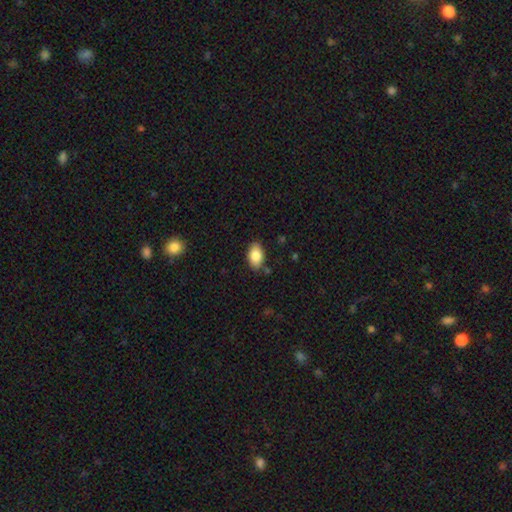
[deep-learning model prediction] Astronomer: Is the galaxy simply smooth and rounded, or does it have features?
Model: smooth — 84%.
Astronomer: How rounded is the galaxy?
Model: in between — 91%.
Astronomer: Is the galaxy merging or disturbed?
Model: none — 81%.